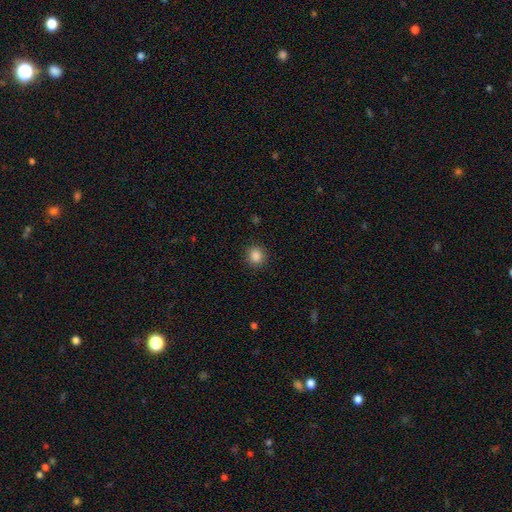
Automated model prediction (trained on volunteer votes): A smooth galaxy with no disk features (86%) that is round (85%).

Vote fractions:
- Smooth or featured? smooth: 86% / star or artifact: 10% / featured or disk: 4%
- How rounded? round: 85% / in between: 14% / cigar-shaped: 1%
- Merging? none: 90% / minor disturbance: 7% / major disturbance: 2% / merger: 1%